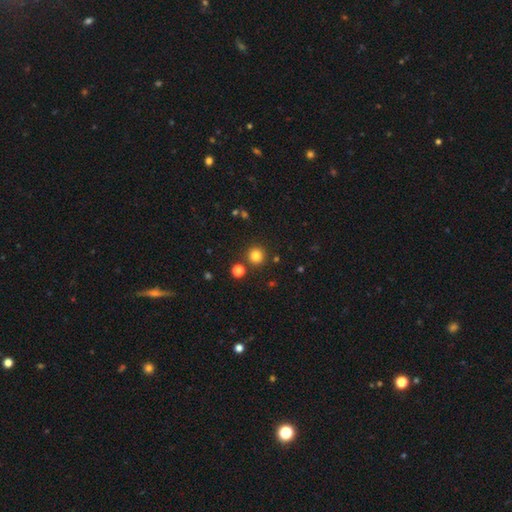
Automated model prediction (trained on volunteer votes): This appears to be a smooth galaxy with no disk features (81%) that is round (94%). Merging: none (86%).